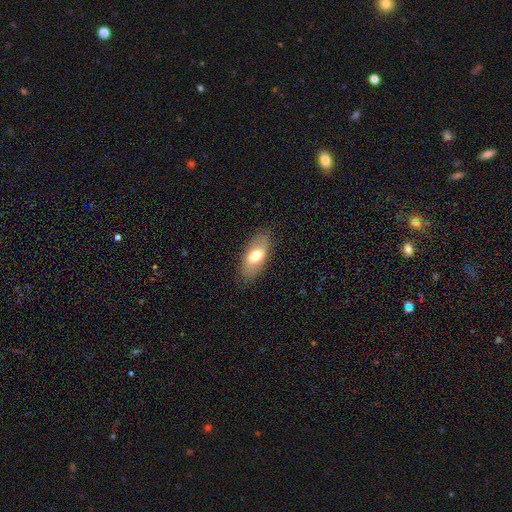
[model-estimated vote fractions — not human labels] smooth-or-featured: smooth: 69% | featured or disk: 24% | star or artifact: 7%
  how-rounded: in between: 87% | cigar-shaped: 9% | round: 4%
  merging: none: 83% | minor disturbance: 13% | major disturbance: 3% | merger: 1%